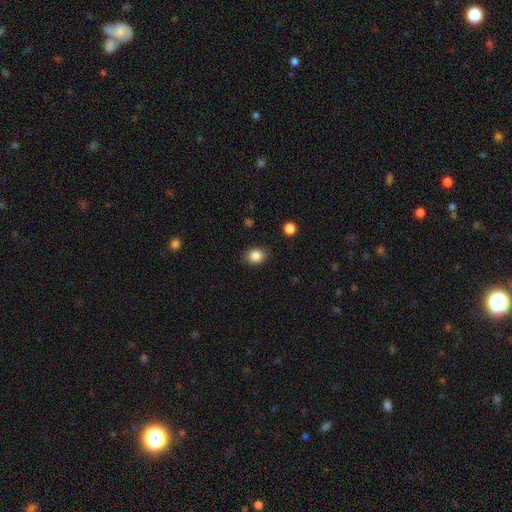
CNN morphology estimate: A smooth galaxy with no disk features (85%) that is round (52%).

Vote fractions:
- Smooth or featured? smooth: 85% / star or artifact: 10% / featured or disk: 5%
- How rounded? round: 52% / in between: 47% / cigar-shaped: 1%
- Merging? none: 85% / minor disturbance: 11% / major disturbance: 3% / merger: 1%